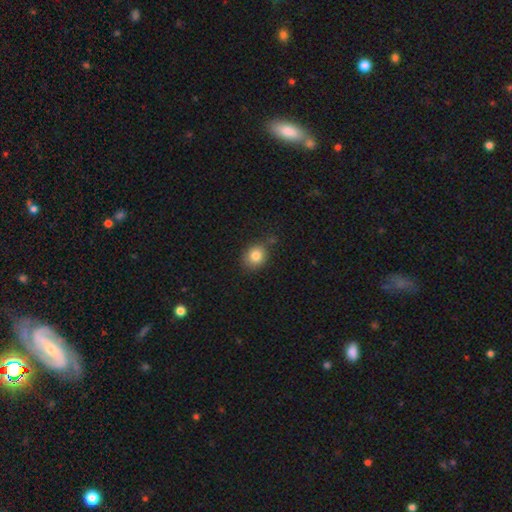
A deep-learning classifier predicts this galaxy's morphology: This is clearly a smooth galaxy (84%). How rounded: likely round (68%). Merging: likely none (73%).